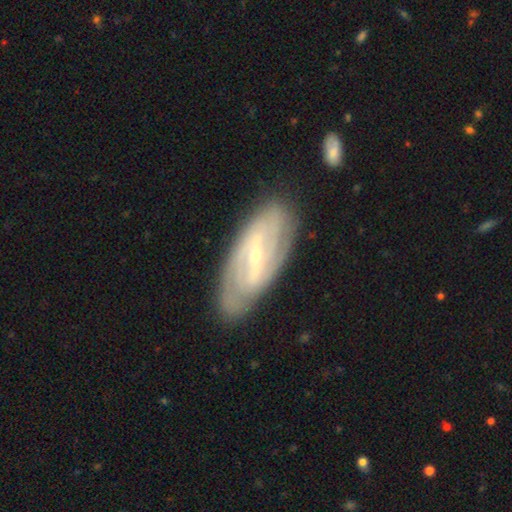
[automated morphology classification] Smooth or featured? Predicted: featured or disk (p=0.83). Edge-on disk? Predicted: no (p=0.91). Bar? Predicted: strong (p=0.59). Spiral arms? Predicted: yes (p=0.87). Spiral winding? Predicted: tight (p=0.54). Spiral arm count? Predicted: 2 (p=0.57). Bulge size? Predicted: small (p=0.72). Merging? Predicted: none (p=0.81).